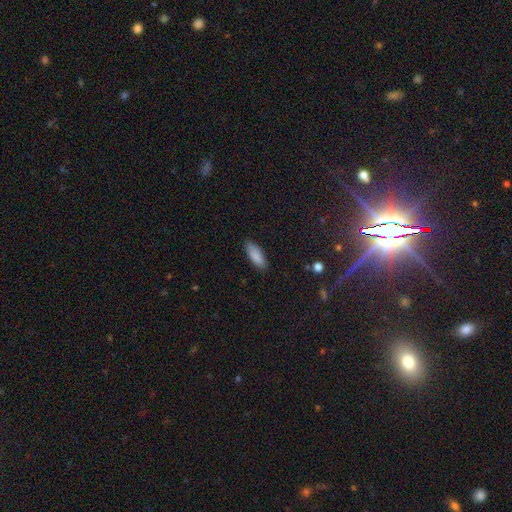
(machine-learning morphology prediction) smooth-or-featured: smooth: 87% | star or artifact: 7% | featured or disk: 6%
  how-rounded: in between: 68% | cigar-shaped: 31% | round: 2%
  merging: none: 85% | minor disturbance: 12% | major disturbance: 2% | merger: 1%